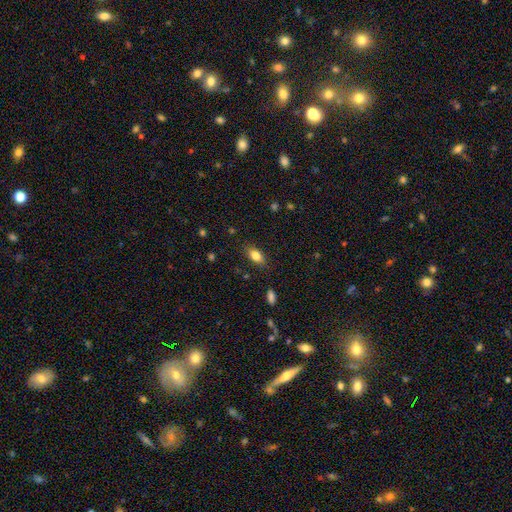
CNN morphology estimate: smooth-or-featured: smooth: 83% | featured or disk: 9% | star or artifact: 8%
  how-rounded: in between: 86% | cigar-shaped: 8% | round: 6%
  merging: none: 84% | minor disturbance: 12% | major disturbance: 3% | merger: 1%